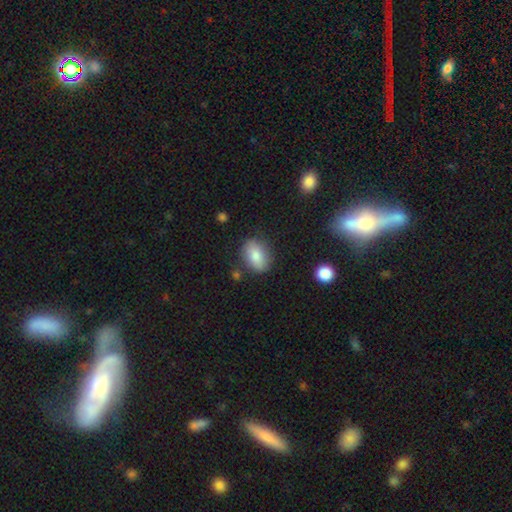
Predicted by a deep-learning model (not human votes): A smooth galaxy with no disk features (81%) that is in between round and cigar-shaped (78%). Merging: none (79%).